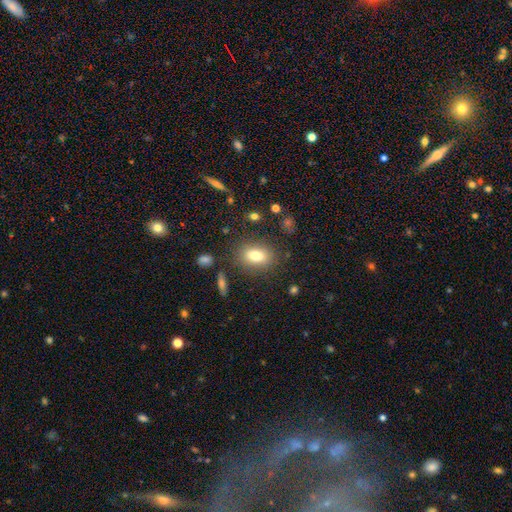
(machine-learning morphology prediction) Smooth or featured?
  - smooth: 78% *
  - featured or disk: 12%
  - star or artifact: 10%
How rounded?
  - in between: 75% *
  - round: 22%
  - cigar-shaped: 3%
Merging?
  - none: 82% *
  - minor disturbance: 11%
  - major disturbance: 4%
  - merger: 3%